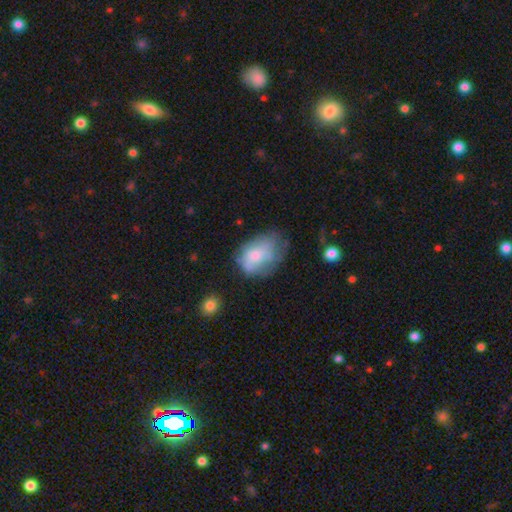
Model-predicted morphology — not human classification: A smooth galaxy with no disk features (61%) that is in between round and cigar-shaped (76%).

Vote fractions:
- Smooth or featured? smooth: 61% / featured or disk: 31% / star or artifact: 9%
- How rounded? in between: 76% / round: 23% / cigar-shaped: 1%
- Merging? none: 38% / minor disturbance: 32% / major disturbance: 26% / merger: 4%